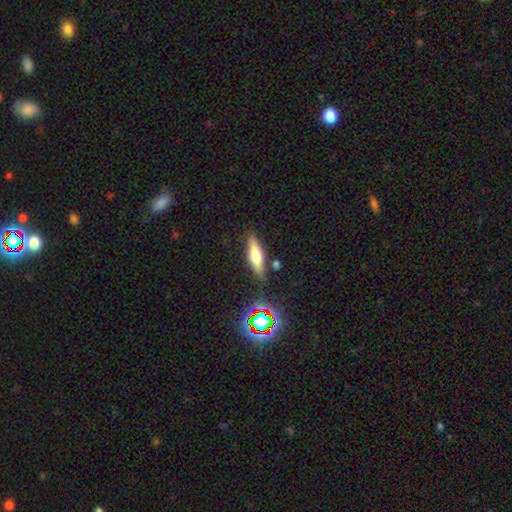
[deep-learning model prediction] The model was most divided on "smooth or featured": smooth: 46%, featured or disk: 43%, star or artifact: 11%. More confident: merging — none (82%).